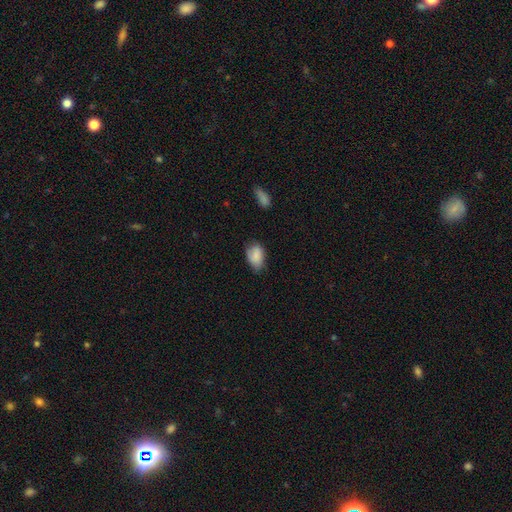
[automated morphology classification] A smooth galaxy with no disk features (82%) that is in between round and cigar-shaped (88%).

Vote fractions:
- Smooth or featured? smooth: 82% / featured or disk: 10% / star or artifact: 7%
- How rounded? in between: 88% / round: 11% / cigar-shaped: 2%
- Merging? none: 56% / minor disturbance: 34% / major disturbance: 7% / merger: 2%